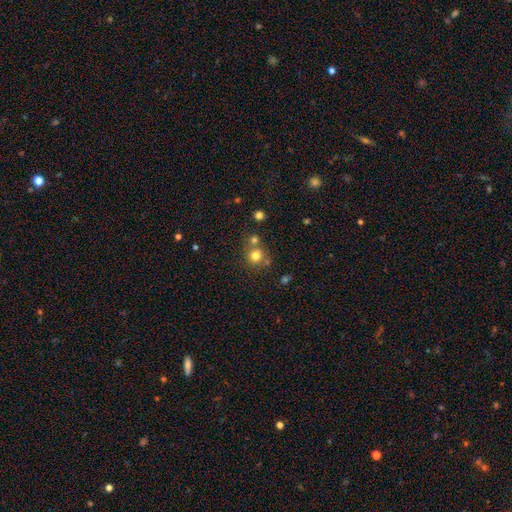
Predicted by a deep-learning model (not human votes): This is likely a smooth galaxy (75%). How rounded: clearly round (87%). Merging: possibly none (59%).